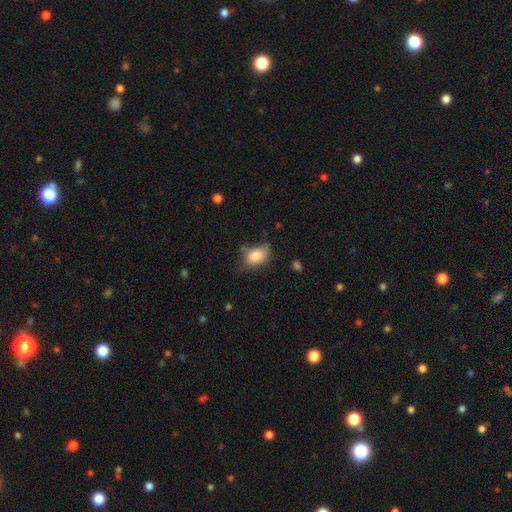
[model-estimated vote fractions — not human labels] Overall: smooth (83%). How rounded: in between (80%). Merging: none (53%; minor disturbance 32%).